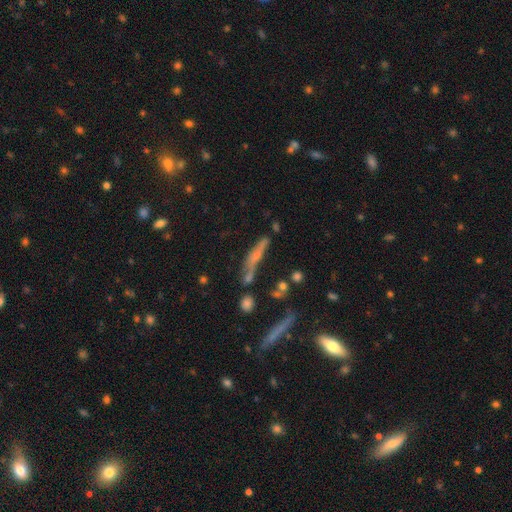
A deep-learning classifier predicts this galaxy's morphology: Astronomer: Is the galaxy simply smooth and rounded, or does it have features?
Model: featured or disk — 43%, tied with smooth at 43%.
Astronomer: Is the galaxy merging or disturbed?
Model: none — 53%.